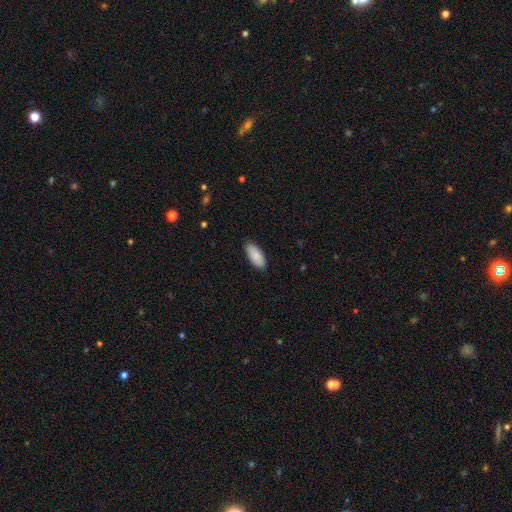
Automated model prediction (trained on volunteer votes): Q: Smooth or featured?
A: smooth (86%); runner-up: featured or disk (8%)
Q: How rounded?
A: in between (89%); runner-up: cigar-shaped (10%)
Q: Merging?
A: none (87%); runner-up: minor disturbance (10%)